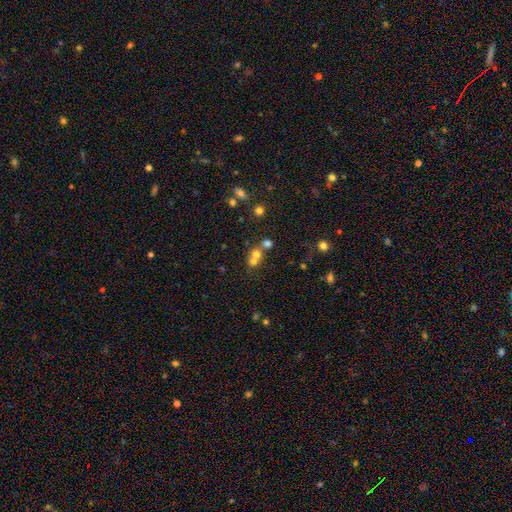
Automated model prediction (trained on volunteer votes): This appears to be a smooth galaxy with no disk features (62%) that is round (79%). Merging: merger (55%).